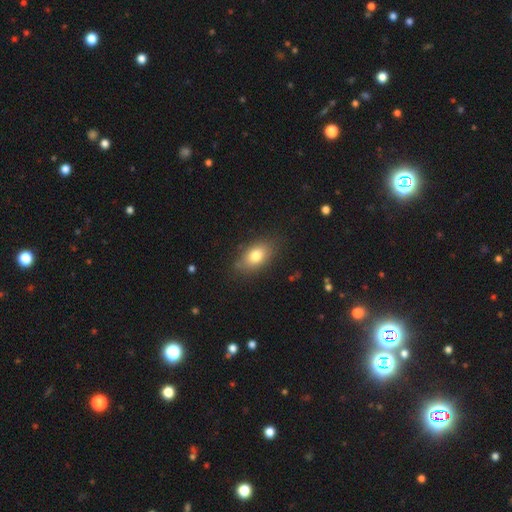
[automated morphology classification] smooth 78%, featured or disk 13%, star or artifact 9%. Down the decision tree: how rounded — in between (85%); merging — none (80%).